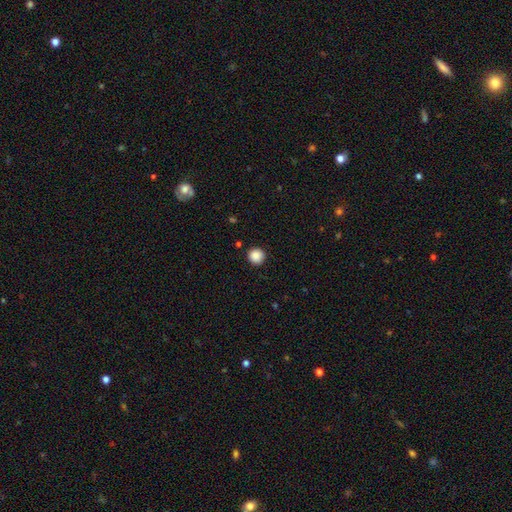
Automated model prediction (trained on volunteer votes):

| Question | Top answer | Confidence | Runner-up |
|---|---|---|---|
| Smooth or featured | smooth | 88% | star or artifact (9%) |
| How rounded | round | 95% | in between (4%) |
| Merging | none | 92% | minor disturbance (5%) |